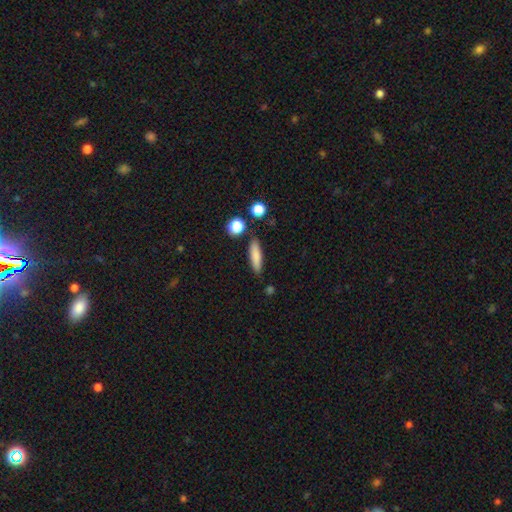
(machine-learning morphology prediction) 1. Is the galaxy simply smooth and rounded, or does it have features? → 81% smooth, 11% featured or disk, 8% star or artifact.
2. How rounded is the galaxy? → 71% cigar-shaped, 26% in between, 3% round.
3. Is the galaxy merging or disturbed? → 85% none, 9% minor disturbance, 3% merger, 2% major disturbance.